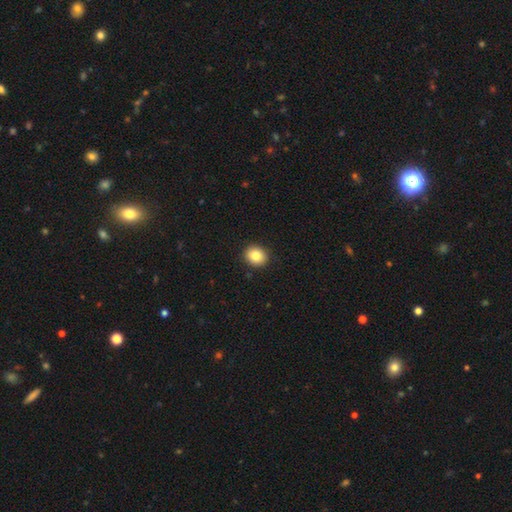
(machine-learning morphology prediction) This is clearly a smooth galaxy (84%). How rounded: likely round (73%). Merging: clearly none (91%).